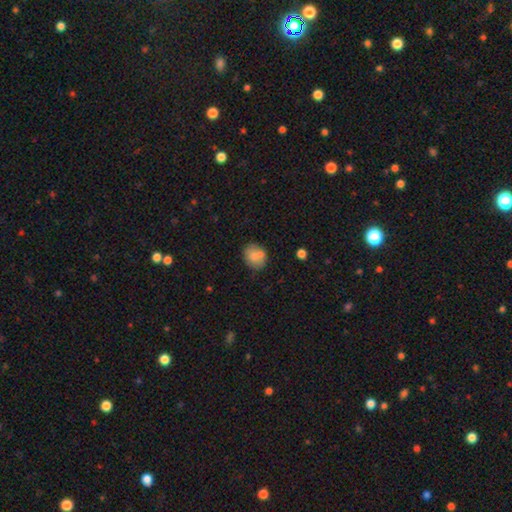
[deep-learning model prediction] This appears to be a smooth galaxy with no disk features (76%) that is round (66%). Merging: none (60%).